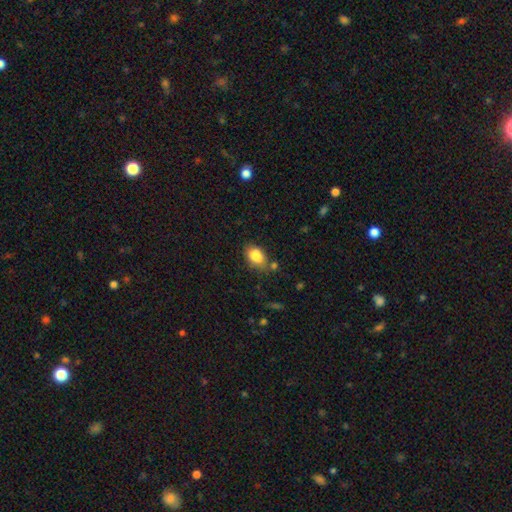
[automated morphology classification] smooth-or-featured: smooth: 85% | star or artifact: 8% | featured or disk: 7%
  how-rounded: in between: 83% | round: 15% | cigar-shaped: 1%
  merging: none: 70% | minor disturbance: 19% | merger: 6% | major disturbance: 4%